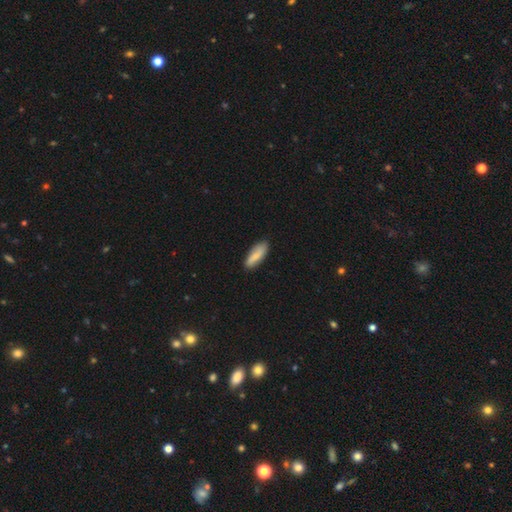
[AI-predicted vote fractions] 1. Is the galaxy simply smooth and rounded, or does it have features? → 80% smooth, 14% featured or disk, 6% star or artifact.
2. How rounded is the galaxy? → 63% in between, 35% cigar-shaped, 2% round.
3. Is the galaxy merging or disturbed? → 84% none, 13% minor disturbance, 2% major disturbance, 1% merger.